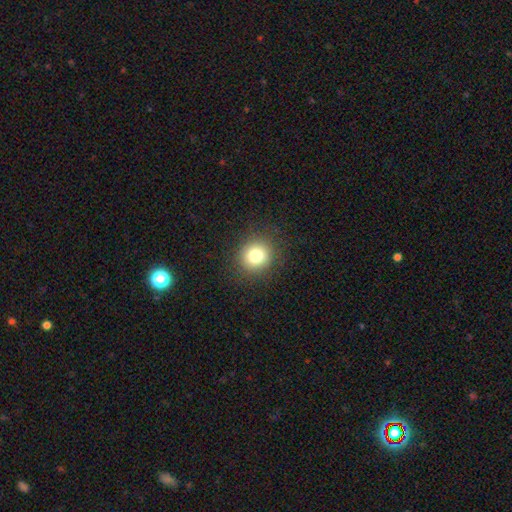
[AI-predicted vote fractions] This appears to be a smooth galaxy with no disk features (79%) that is round (90%). Merging: none (90%).